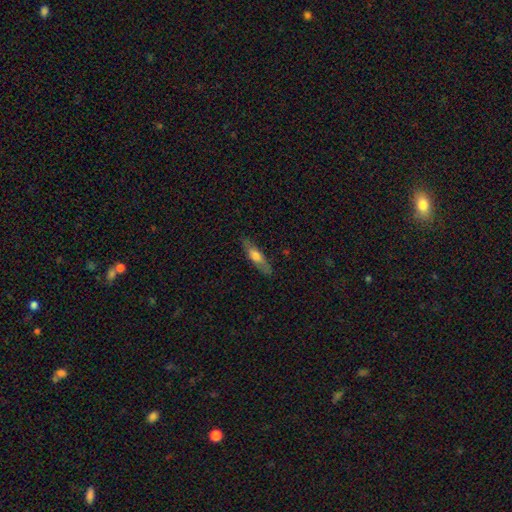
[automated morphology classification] Smooth or featured? smooth (59%)
How rounded? cigar-shaped (67%)
Merging? none (84%)